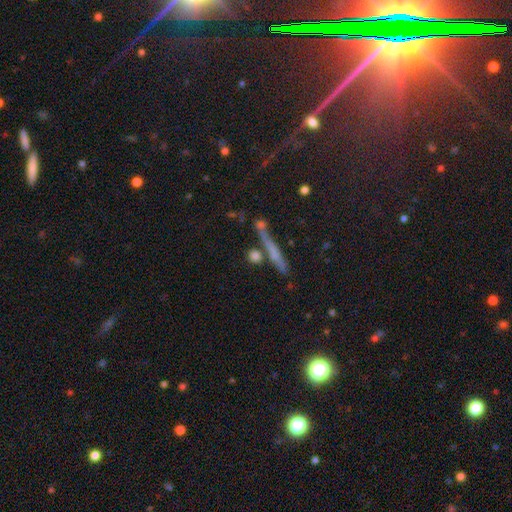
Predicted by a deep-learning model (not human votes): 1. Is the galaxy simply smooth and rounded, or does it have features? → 66% smooth, 22% featured or disk, 12% star or artifact.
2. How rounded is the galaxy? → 50% round, 37% cigar-shaped, 14% in between.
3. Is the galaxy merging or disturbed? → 67% none, 17% merger, 11% minor disturbance, 5% major disturbance.